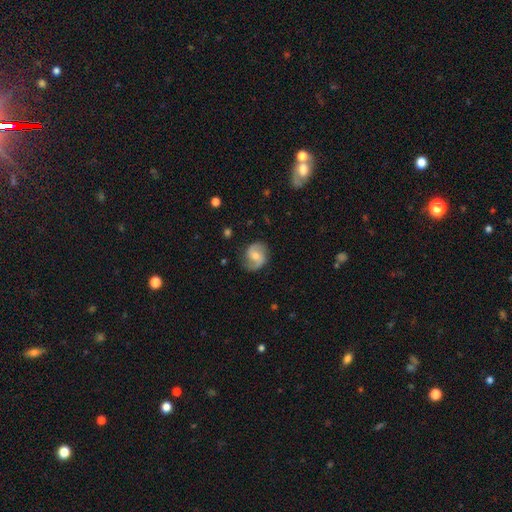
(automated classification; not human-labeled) This appears to be a featured or disk galaxy (78%) with no bar (46%), 2 (91%) medium (48%) spiral arms (95%) and a moderate central bulge (54%). Merging: none (81%).